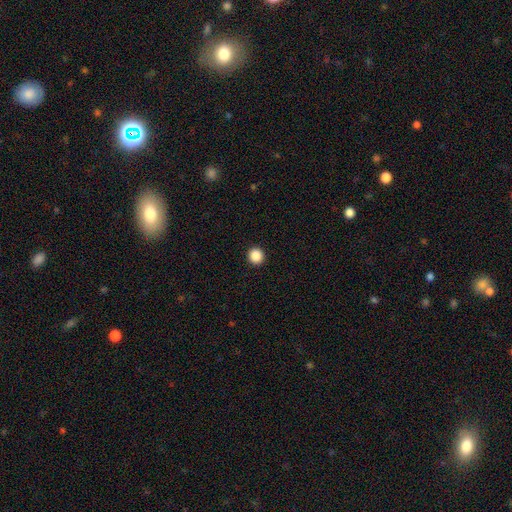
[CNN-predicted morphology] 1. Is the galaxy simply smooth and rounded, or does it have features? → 87% smooth, 10% star or artifact, 3% featured or disk.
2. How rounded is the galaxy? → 93% round, 6% in between, 1% cigar-shaped.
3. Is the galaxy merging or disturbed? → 93% none, 4% minor disturbance, 2% major disturbance, 1% merger.